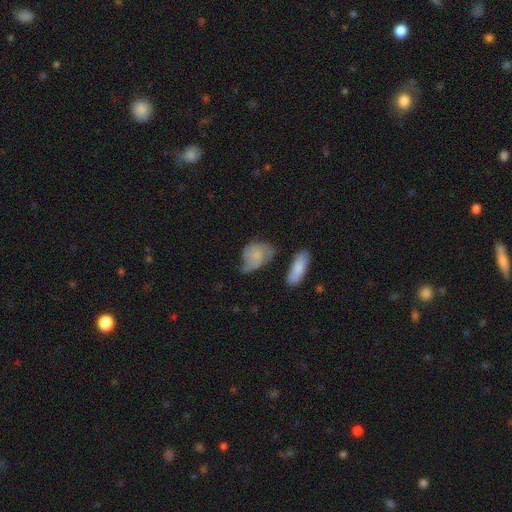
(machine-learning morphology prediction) A smooth galaxy with no disk features (50%) that is in between round and cigar-shaped (73%). Merging: none (33%).